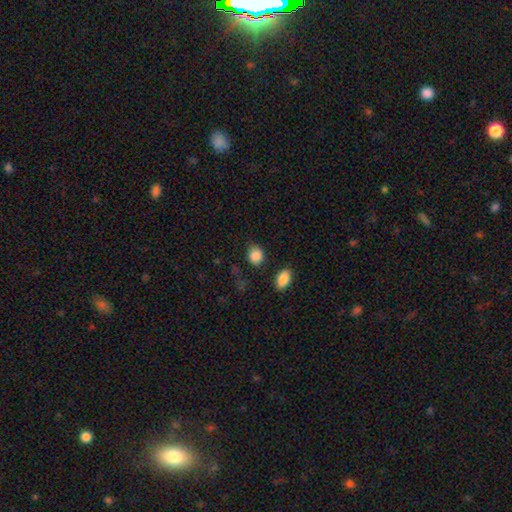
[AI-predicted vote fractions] smooth_or_featured: smooth (p=0.88) [alt: star or artifact p=0.09]
how_rounded: round (p=0.58) [alt: in between p=0.41]
merging: none (p=0.79) [alt: minor disturbance p=0.14]